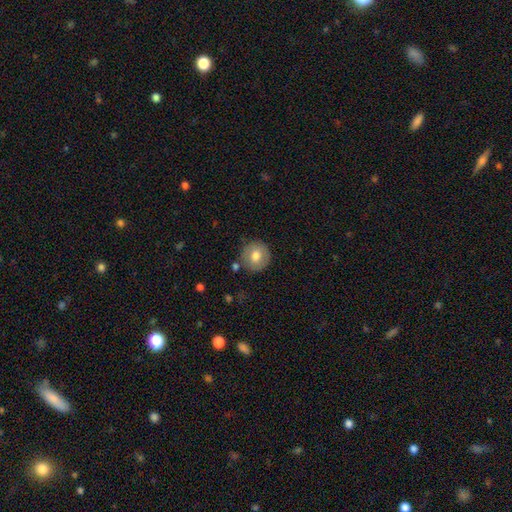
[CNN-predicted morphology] type=smooth (74%); roundness=round (94%); merging=none (85%).